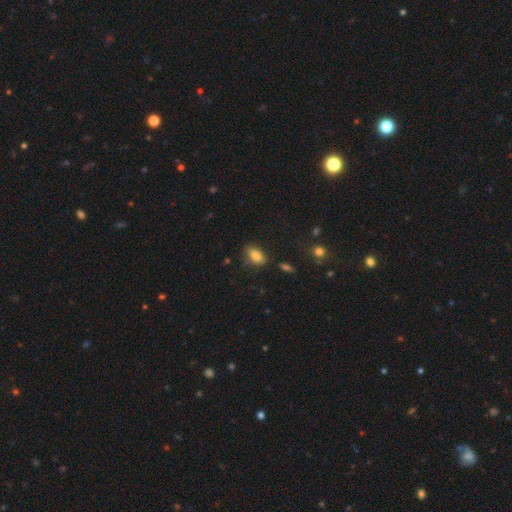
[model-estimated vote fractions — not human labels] This appears to be a smooth galaxy with no disk features (85%) that is in between round and cigar-shaped (90%). Merging: none (72%).